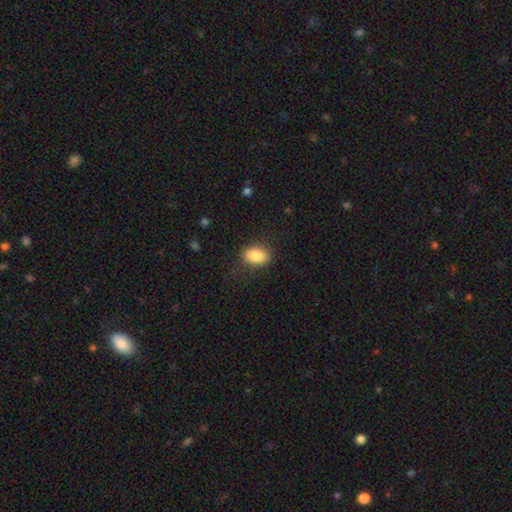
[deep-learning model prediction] Smooth or featured? Predicted: smooth (p=0.86). How rounded? Predicted: in between (p=0.84). Merging? Predicted: none (p=0.80).